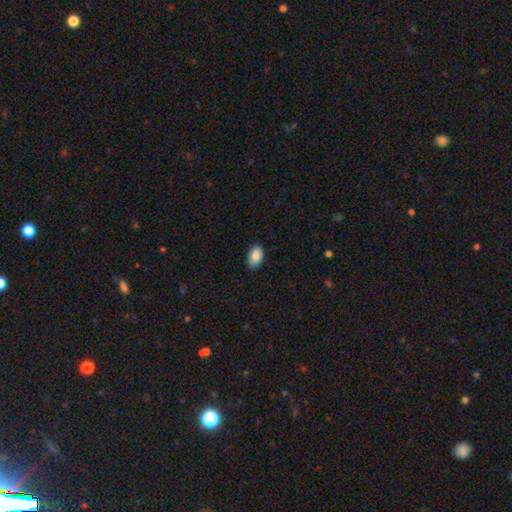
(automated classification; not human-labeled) The model was most divided on "merging": none: 83%, minor disturbance: 14%, major disturbance: 2%, merger: 1%. More confident: how rounded — in between (92%); smooth or featured — smooth (87%).